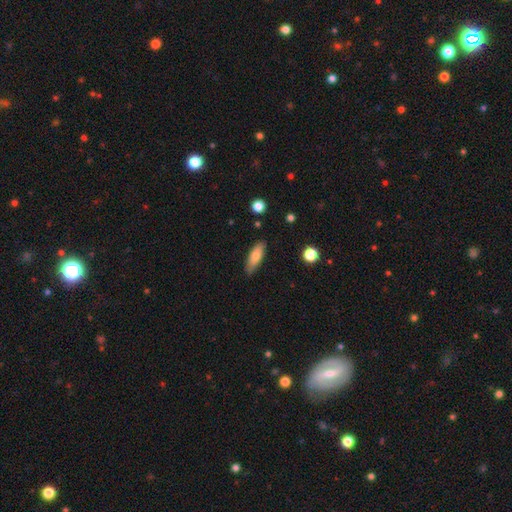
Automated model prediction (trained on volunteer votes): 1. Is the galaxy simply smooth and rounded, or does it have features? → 76% smooth, 17% featured or disk, 7% star or artifact.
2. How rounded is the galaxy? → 55% in between, 43% cigar-shaped, 2% round.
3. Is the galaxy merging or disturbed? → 82% none, 14% minor disturbance, 2% major disturbance, 2% merger.